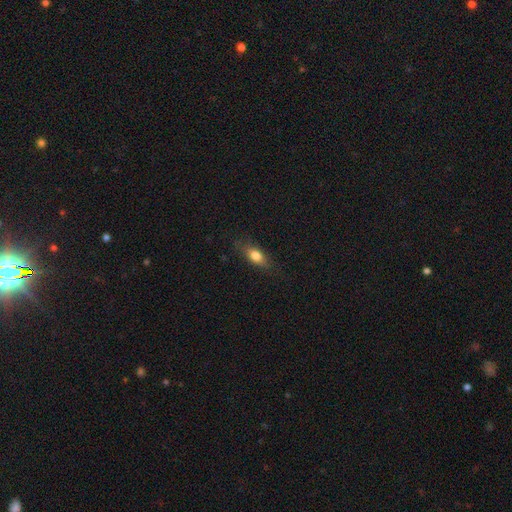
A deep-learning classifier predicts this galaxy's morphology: Q: Smooth or featured?
A: smooth (76%); runner-up: featured or disk (16%)
Q: How rounded?
A: in between (76%); runner-up: cigar-shaped (18%)
Q: Merging?
A: none (77%); runner-up: minor disturbance (17%)